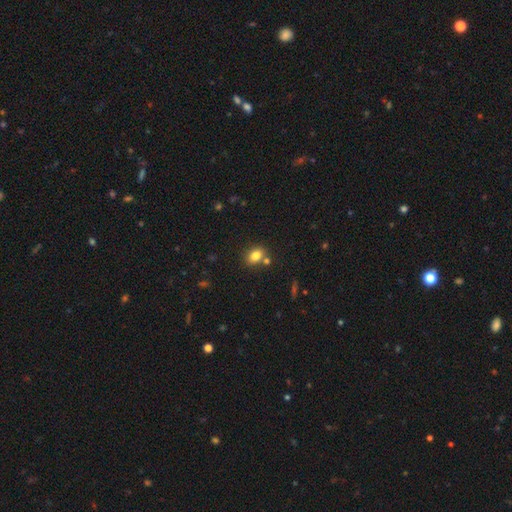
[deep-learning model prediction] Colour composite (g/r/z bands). It shows a smooth galaxy with no disk features (80%) that is in between round and cigar-shaped (69%). Merging: none (68%).